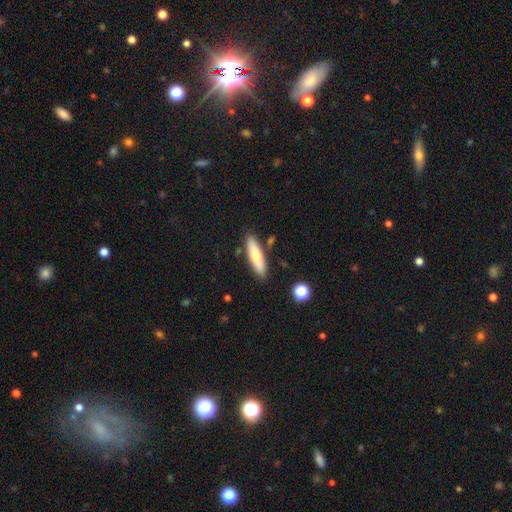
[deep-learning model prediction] A smooth galaxy with no disk features (69%) that is cigar-shaped (66%). Merging: none (83%).